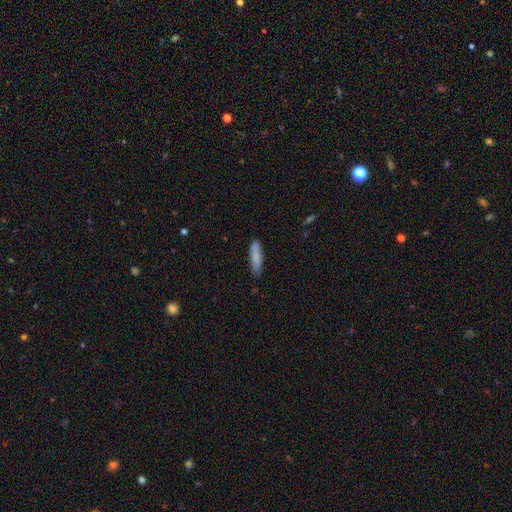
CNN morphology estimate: Smooth or featured?
  - smooth: 83% *
  - featured or disk: 11%
  - star or artifact: 6%
How rounded?
  - cigar-shaped: 71% *
  - in between: 27%
  - round: 1%
Merging?
  - none: 83% *
  - minor disturbance: 14%
  - major disturbance: 2%
  - merger: 1%